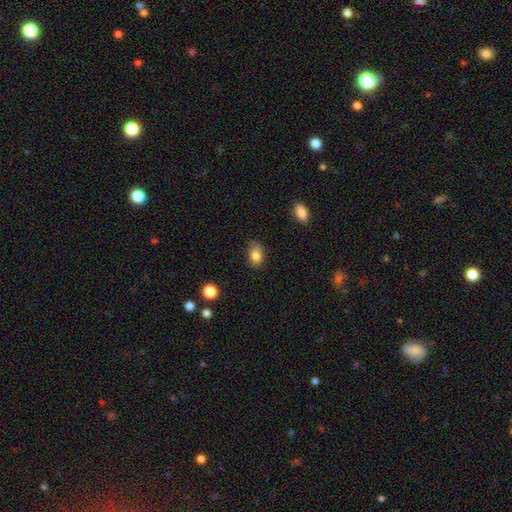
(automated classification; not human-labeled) Smooth or featured? smooth (83%)
How rounded? in between (76%)
Merging? none (70%)